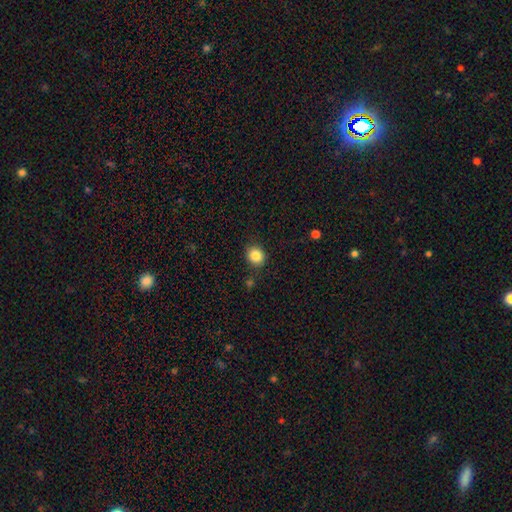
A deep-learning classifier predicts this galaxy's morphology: Smooth or featured? smooth (86%)
How rounded? round (77%)
Merging? none (85%)